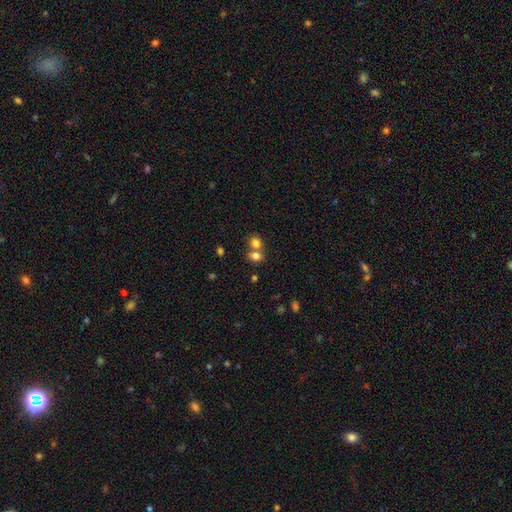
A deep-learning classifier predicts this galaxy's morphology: Smooth or featured? Predicted: smooth (p=0.78). How rounded? Predicted: round (p=0.59). Merging? Predicted: merger (p=0.55).